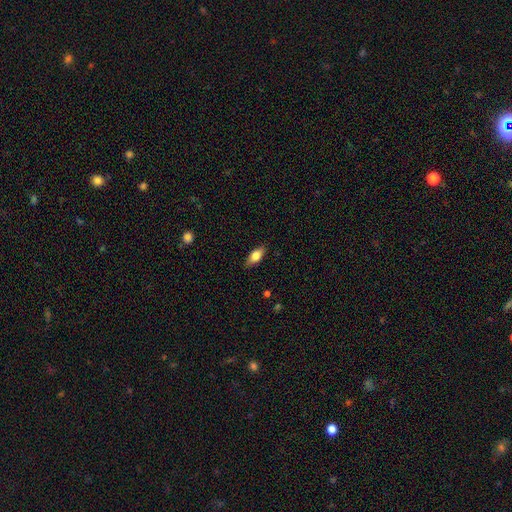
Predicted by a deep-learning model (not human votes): Smooth or featured?
  - smooth: 72% *
  - featured or disk: 21%
  - star or artifact: 7%
How rounded?
  - in between: 82% *
  - cigar-shaped: 14%
  - round: 4%
Merging?
  - none: 85% *
  - minor disturbance: 12%
  - major disturbance: 2%
  - merger: 1%